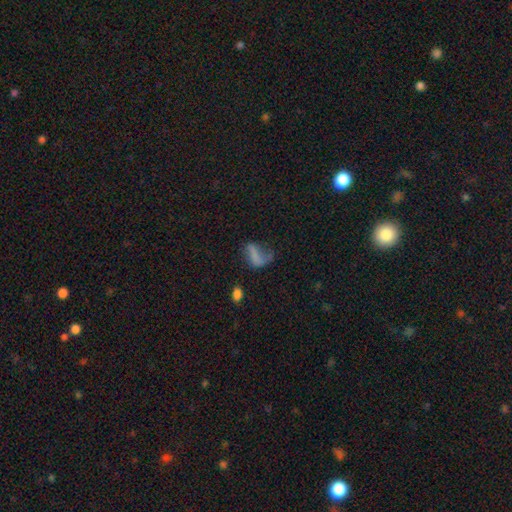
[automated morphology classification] Q: Smooth or featured?
A: smooth (61%); runner-up: featured or disk (25%)
Q: How rounded?
A: in between (78%); runner-up: cigar-shaped (11%)
Q: Merging?
A: major disturbance (43%); runner-up: none (27%)